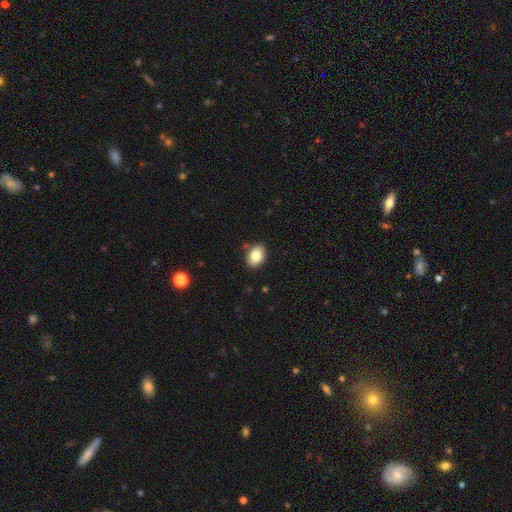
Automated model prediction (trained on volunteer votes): This appears to be a smooth galaxy with no disk features (83%) that is in between round and cigar-shaped (76%). Merging: none (83%).